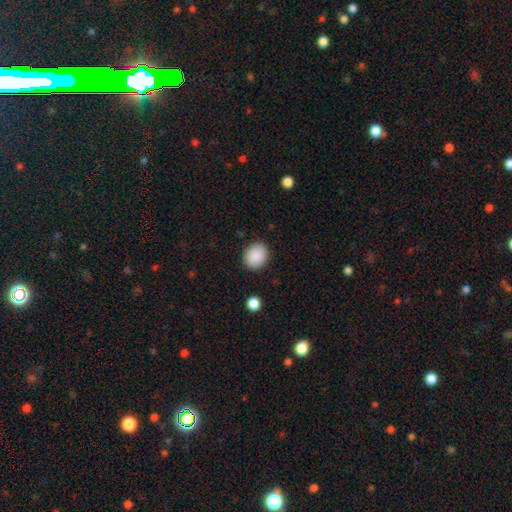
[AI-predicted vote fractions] The model was most divided on "how rounded": round: 65%, in between: 34%, cigar-shaped: 1%. More confident: smooth or featured — smooth (89%); merging — none (88%).